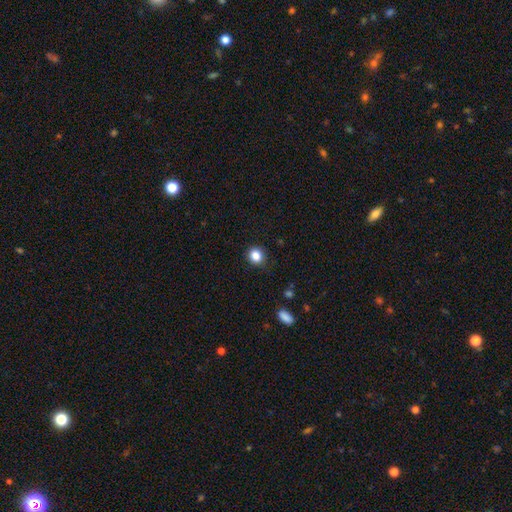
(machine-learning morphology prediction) This appears to be a smooth galaxy with no disk features (85%) that is round (84%). Merging: none (88%).